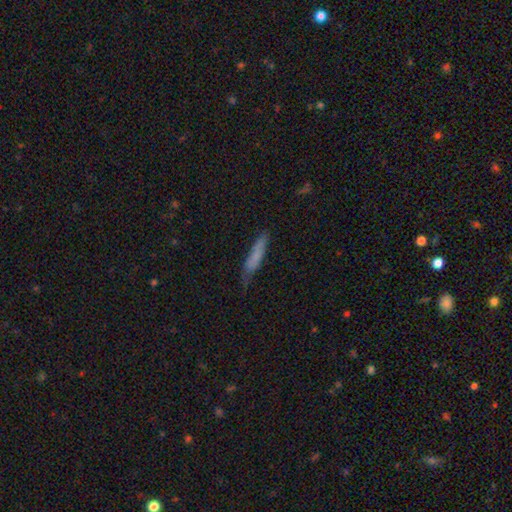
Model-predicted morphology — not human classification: This appears to be a smooth galaxy with no disk features (74%) that is cigar-shaped (89%). Merging: none (65%).